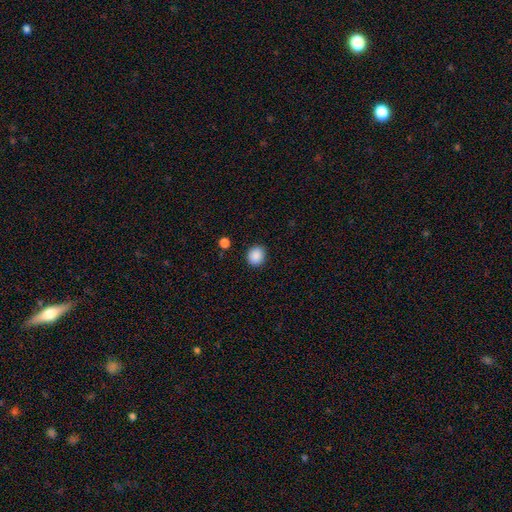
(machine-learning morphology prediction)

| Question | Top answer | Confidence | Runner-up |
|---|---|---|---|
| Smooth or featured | smooth | 89% | star or artifact (9%) |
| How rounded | round | 78% | in between (21%) |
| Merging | none | 90% | minor disturbance (7%) |